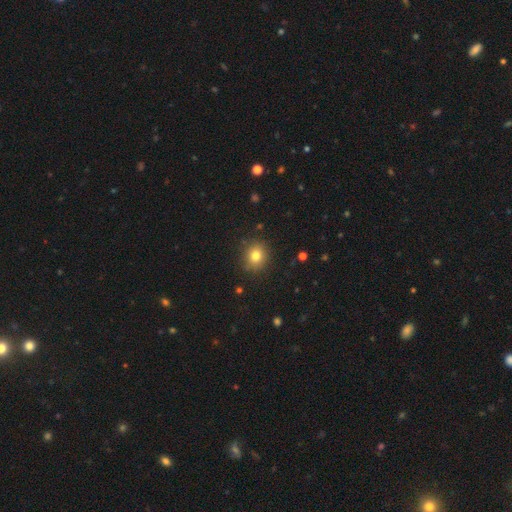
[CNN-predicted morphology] This appears to be a smooth galaxy with no disk features (79%) that is round (81%). Merging: none (86%).